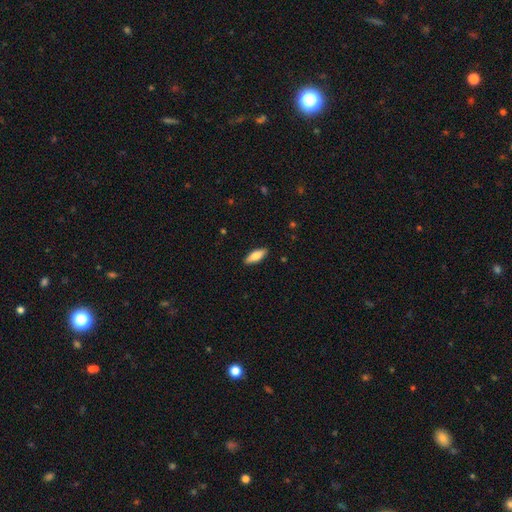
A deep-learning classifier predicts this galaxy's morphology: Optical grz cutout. It shows a smooth galaxy with no disk features (73%) that is in between round and cigar-shaped (65%). Merging: none (89%).